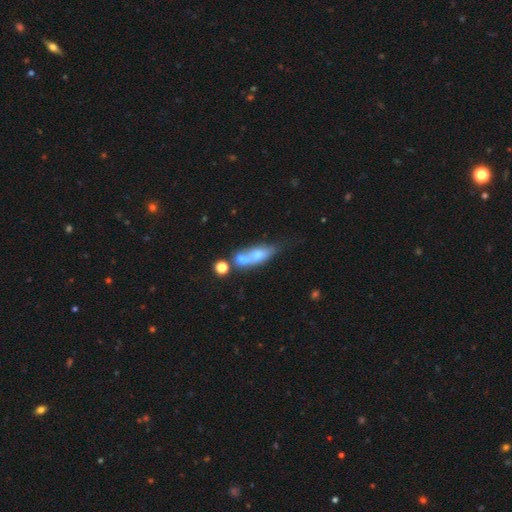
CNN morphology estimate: Smooth or featured? Predicted: smooth (p=0.56). How rounded? Predicted: in between (p=0.64). Merging? Predicted: merger (p=0.45).